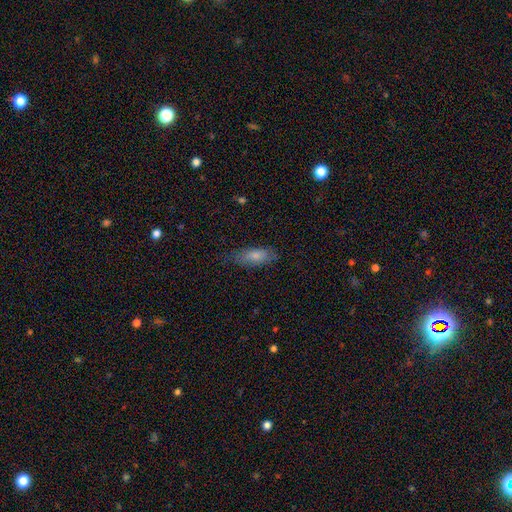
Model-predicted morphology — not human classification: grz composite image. It shows a smooth galaxy with no disk features (77%) that is in between round and cigar-shaped (78%). Merging: none (69%).